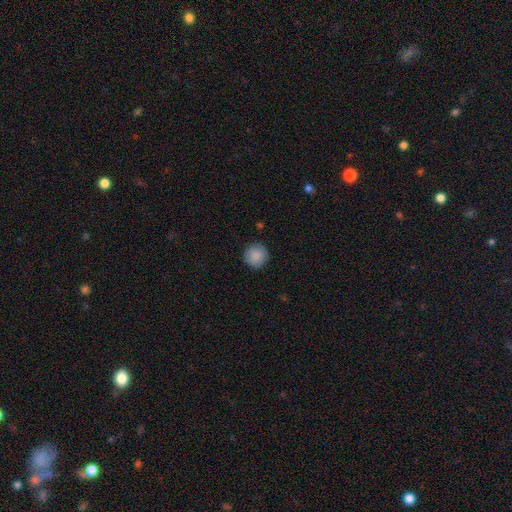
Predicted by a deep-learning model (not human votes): This is clearly a smooth galaxy (89%). How rounded: clearly round (95%). Merging: clearly none (89%).